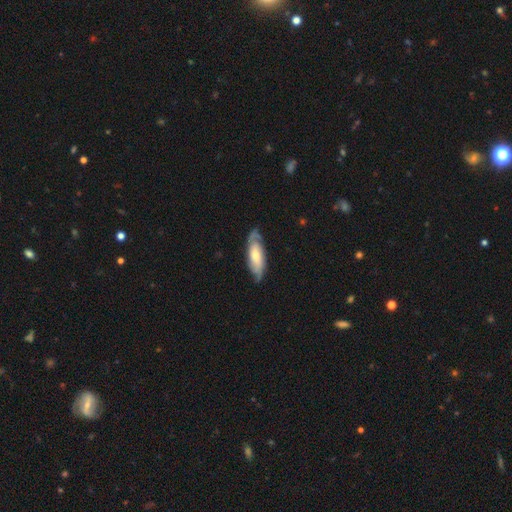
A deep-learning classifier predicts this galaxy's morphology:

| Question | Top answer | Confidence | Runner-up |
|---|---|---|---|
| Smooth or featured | featured or disk | 61% | smooth (33%) |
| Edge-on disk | no | 82% | yes (18%) |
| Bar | no | 61% | weak (30%) |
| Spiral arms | yes | 87% | no (13%) |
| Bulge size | moderate | 50% | small (37%) |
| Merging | none | 73% | minor disturbance (20%) |